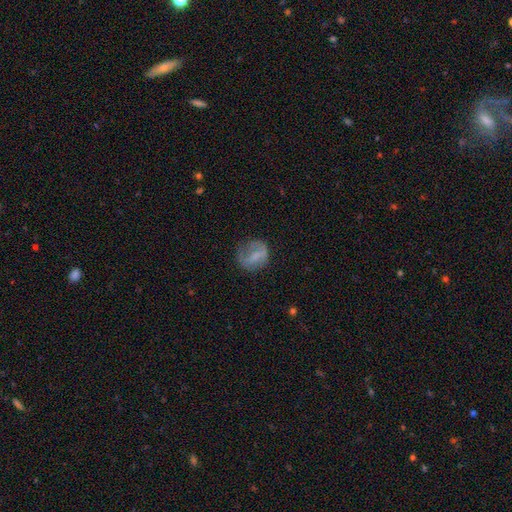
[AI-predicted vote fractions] A smooth galaxy with no disk features (53%) that is round (64%). Merging: none (51%).